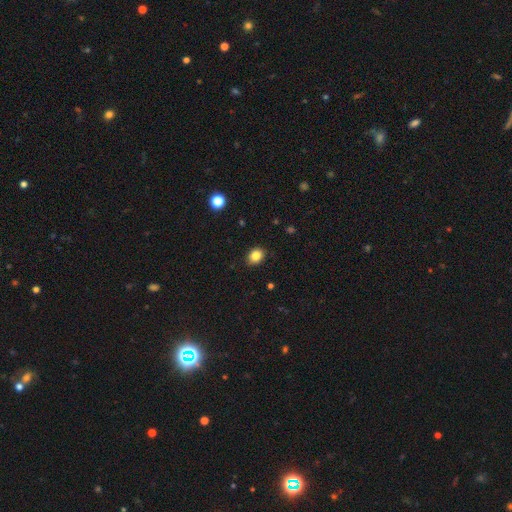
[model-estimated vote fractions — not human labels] Morphology: type=smooth (84%); roundness=in between (52%); merging=none (88%).